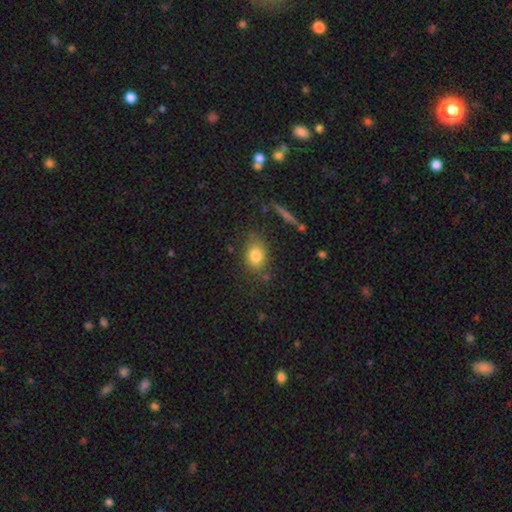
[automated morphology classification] This appears to be a smooth galaxy with no disk features (80%) that is in between round and cigar-shaped (60%). Merging: none (75%).